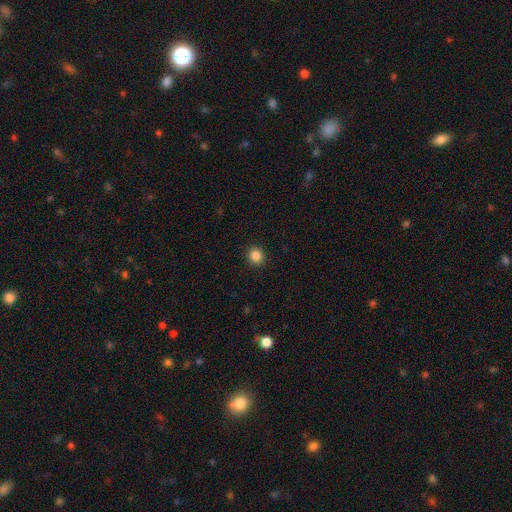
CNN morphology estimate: Smooth or featured: smooth — 86% (star or artifact — 11%)
How rounded: round — 87% (in between — 12%)
Merging: none — 92% (minor disturbance — 5%)